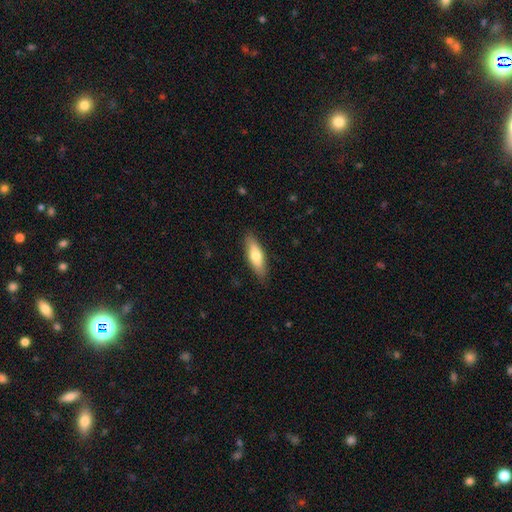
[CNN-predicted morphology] Smooth or featured? Predicted: smooth (p=0.69). How rounded? Predicted: in between (p=0.54). Merging? Predicted: none (p=0.86).